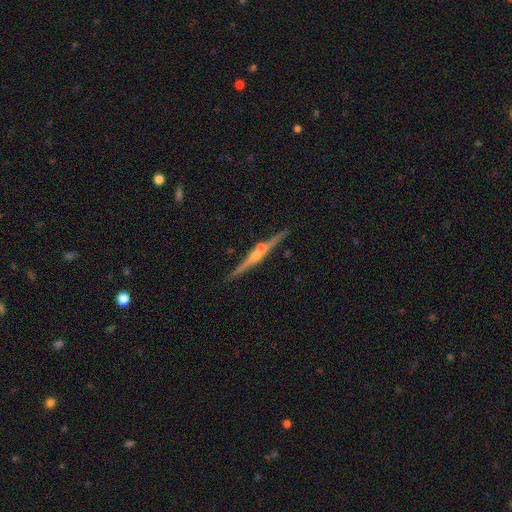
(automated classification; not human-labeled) The model was most divided on "smooth or featured": featured or disk: 77%, smooth: 17%, star or artifact: 7%. More confident: edge-on disk — yes (98%); edge-on bulge — rounded (85%); merging — none (78%).